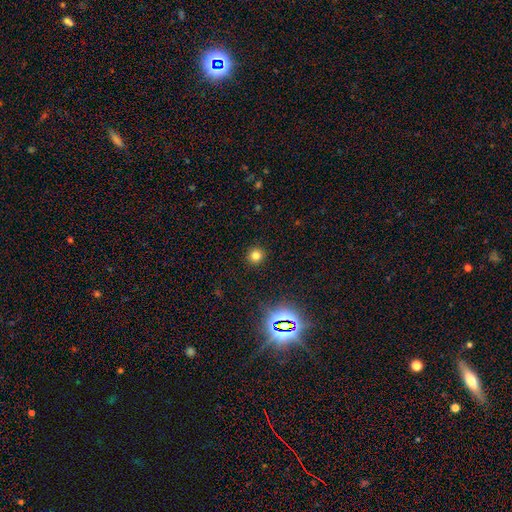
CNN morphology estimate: smooth-or-featured: smooth: 76% | star or artifact: 18% | featured or disk: 6%
  how-rounded: round: 93% | in between: 6% | cigar-shaped: 1%
  merging: none: 92% | minor disturbance: 5% | major disturbance: 2% | merger: 1%